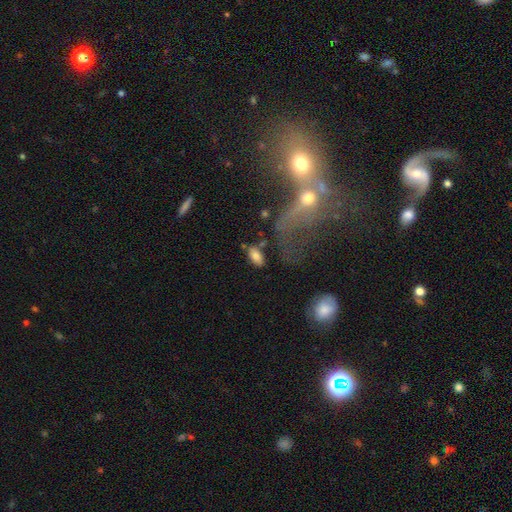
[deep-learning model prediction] A smooth galaxy with no disk features (78%) that is in between round and cigar-shaped (90%). Merging: none (71%).